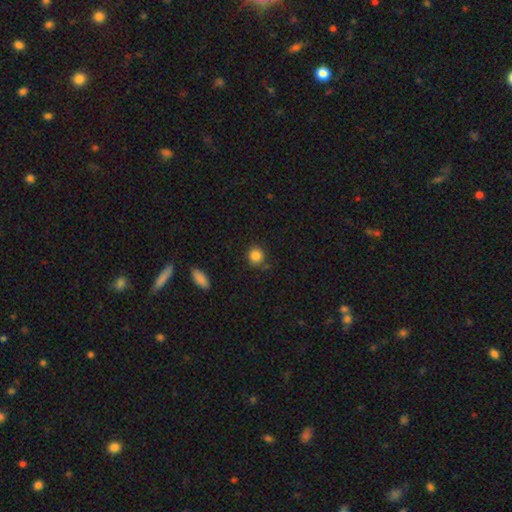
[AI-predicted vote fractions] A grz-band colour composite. It shows a smooth galaxy with no disk features (85%) that is round (86%). Merging: none (78%).